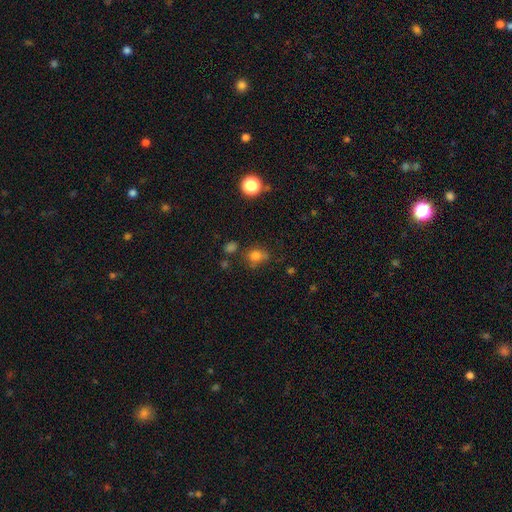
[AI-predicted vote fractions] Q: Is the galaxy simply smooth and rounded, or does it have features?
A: smooth — 77%.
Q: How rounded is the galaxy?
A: round — 61%.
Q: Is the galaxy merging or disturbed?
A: none — 59%.